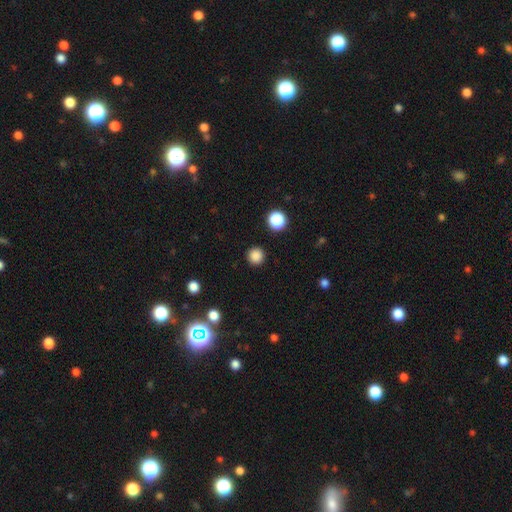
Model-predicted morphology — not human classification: A smooth galaxy with no disk features (85%) that is round (95%). Merging: none (92%).